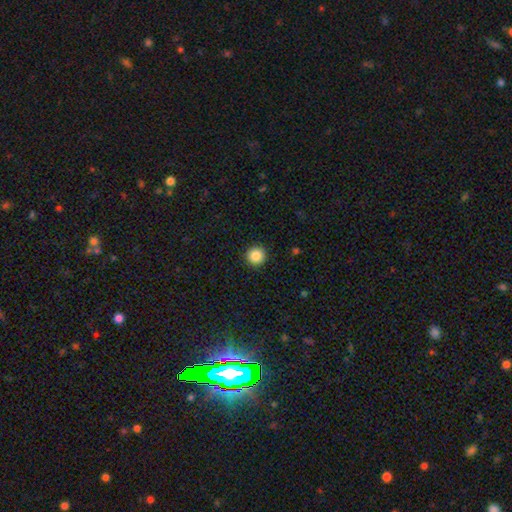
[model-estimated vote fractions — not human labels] The model was most divided on "smooth or featured": smooth: 87%, star or artifact: 9%, featured or disk: 3%. More confident: how rounded — round (96%); merging — none (93%).